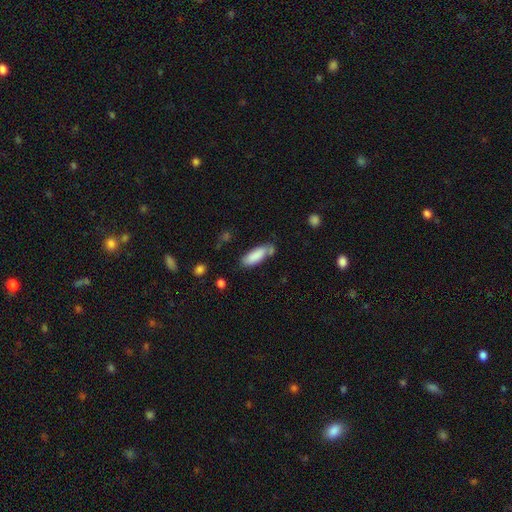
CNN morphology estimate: A smooth galaxy with no disk features (85%) that is in between round and cigar-shaped (69%). Merging: none (58%).